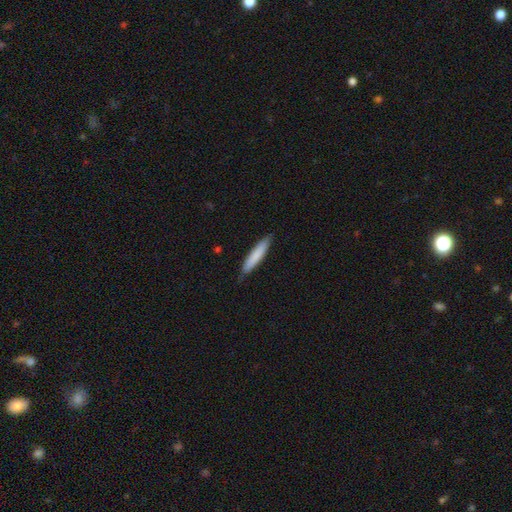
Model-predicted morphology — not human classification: smooth 79%, featured or disk 15%, star or artifact 5%. Down the decision tree: how rounded — cigar-shaped (89%); merging — none (85%).